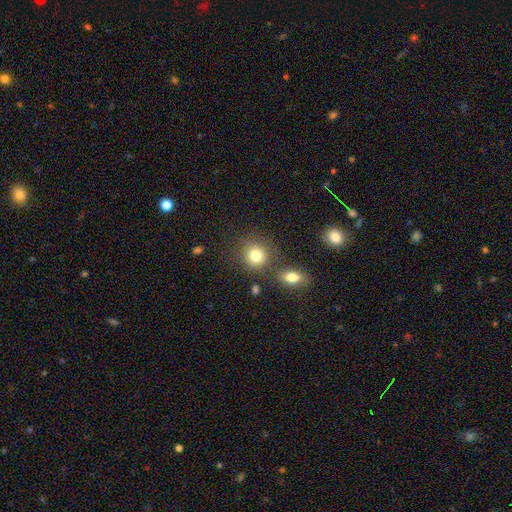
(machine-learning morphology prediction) Smooth or featured? Predicted: smooth (p=0.81). How rounded? Predicted: round (p=0.83). Merging? Predicted: none (p=0.72).